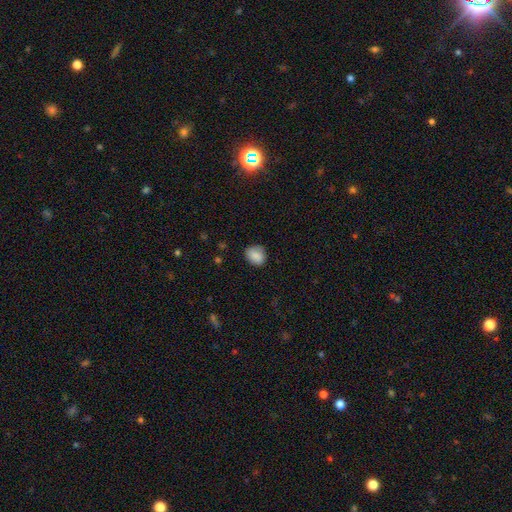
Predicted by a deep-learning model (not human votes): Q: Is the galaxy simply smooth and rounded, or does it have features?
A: smooth — 85%.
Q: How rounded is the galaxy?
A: round — 58%.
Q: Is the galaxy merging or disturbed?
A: none — 76%.